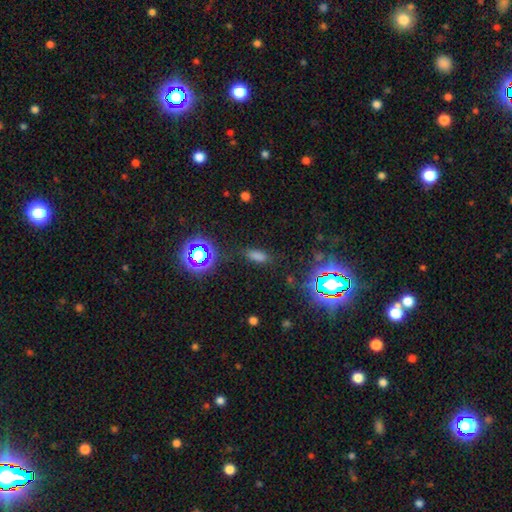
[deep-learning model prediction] Smooth or featured? smooth (67%)
How rounded? in between (72%)
Merging? none (82%)